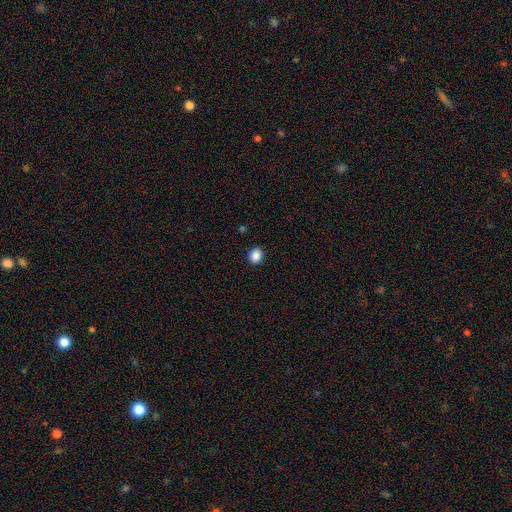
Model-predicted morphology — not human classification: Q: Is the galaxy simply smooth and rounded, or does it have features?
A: smooth — 87%.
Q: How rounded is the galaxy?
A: round — 71%.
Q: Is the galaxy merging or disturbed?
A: none — 92%.